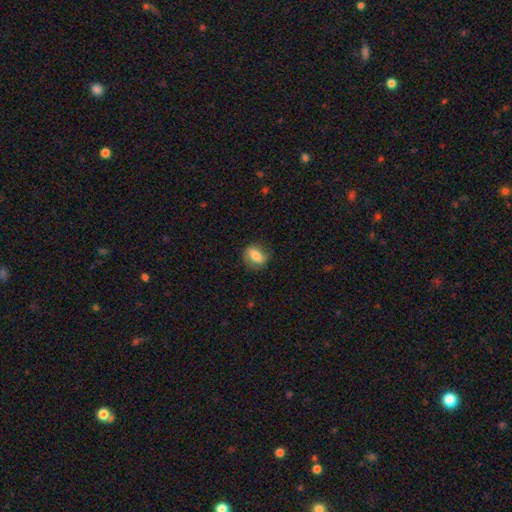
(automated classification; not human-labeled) Smooth or featured?
  - smooth: 69% *
  - featured or disk: 23%
  - star or artifact: 8%
How rounded?
  - in between: 66% *
  - round: 31%
  - cigar-shaped: 3%
Merging?
  - none: 77% *
  - minor disturbance: 17%
  - major disturbance: 5%
  - merger: 1%